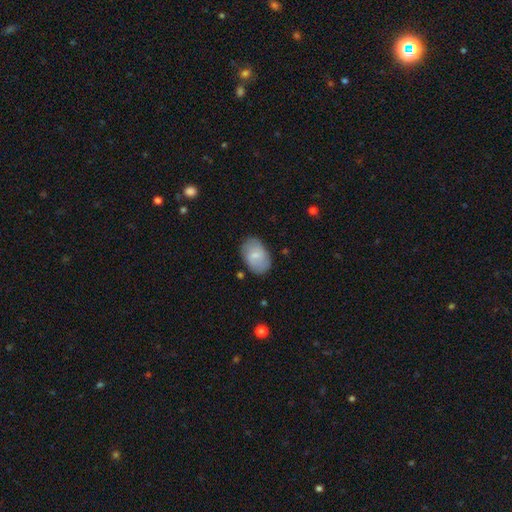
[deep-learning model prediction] Overall: smooth (67%; featured or disk 27%). How rounded: in between (89%). Merging: none (80%).